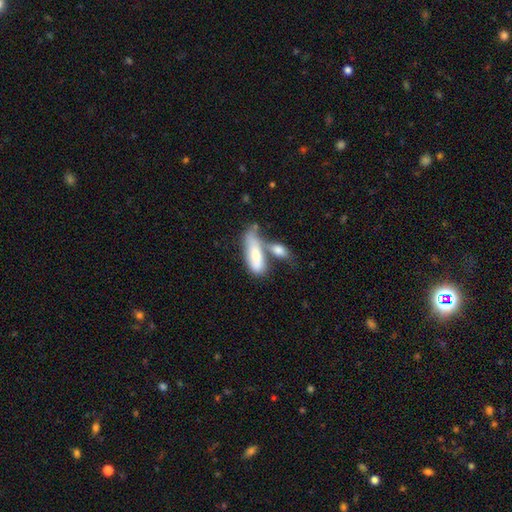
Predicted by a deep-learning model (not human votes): The model was most divided on "merging": merger: 53%, none: 22%, minor disturbance: 14%, major disturbance: 11%. More confident: smooth or featured — smooth (71%); how rounded — in between (65%).